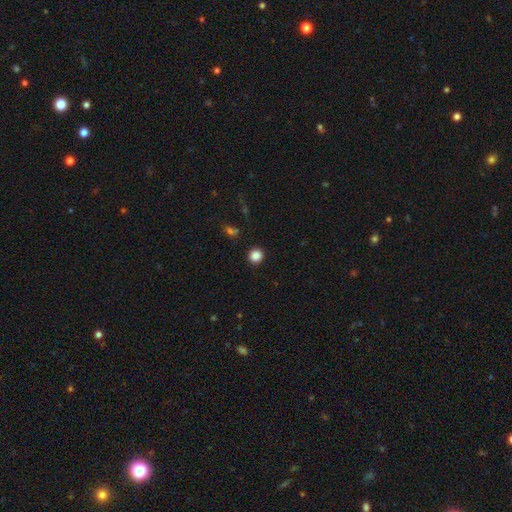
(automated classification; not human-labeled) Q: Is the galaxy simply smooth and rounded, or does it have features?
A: smooth — 86%.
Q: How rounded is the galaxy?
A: round — 91%.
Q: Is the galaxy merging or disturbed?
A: none — 92%.